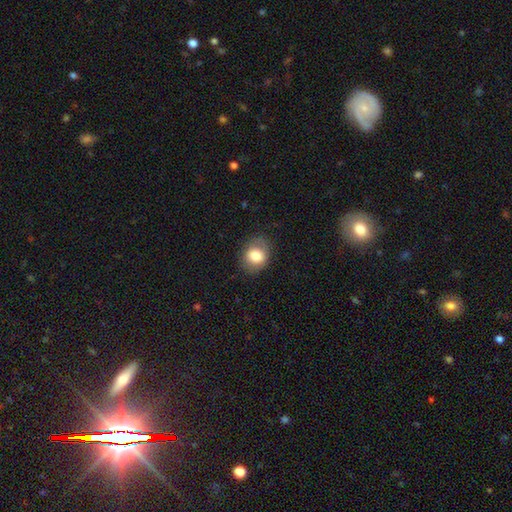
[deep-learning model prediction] Morphology: type=smooth (78%); roundness=round (51%); merging=none (77%).